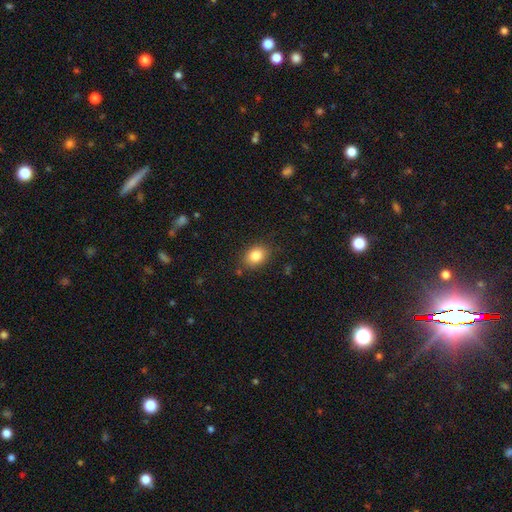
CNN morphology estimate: A smooth galaxy with no disk features (84%) that is in between round and cigar-shaped (68%).

Vote fractions:
- Smooth or featured? smooth: 84% / star or artifact: 9% / featured or disk: 6%
- How rounded? in between: 68% / round: 31% / cigar-shaped: 1%
- Merging? none: 83% / minor disturbance: 12% / major disturbance: 3% / merger: 2%